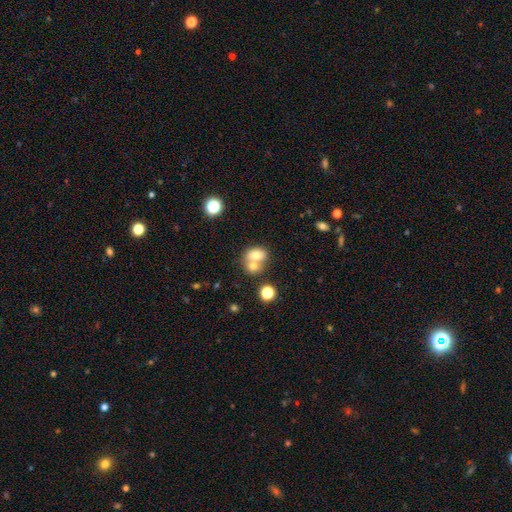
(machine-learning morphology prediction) Overall: smooth (71%). How rounded: in between (53%; round 46%). Merging: merger (58%; none 30%).